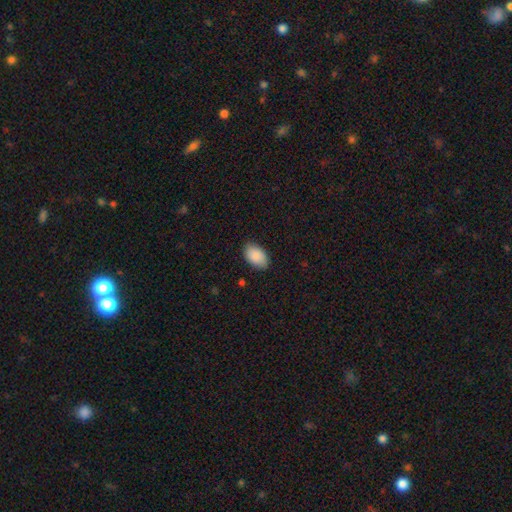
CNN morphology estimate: Q: Smooth or featured?
A: smooth (89%); runner-up: star or artifact (6%)
Q: How rounded?
A: in between (92%); runner-up: round (6%)
Q: Merging?
A: none (85%); runner-up: minor disturbance (12%)